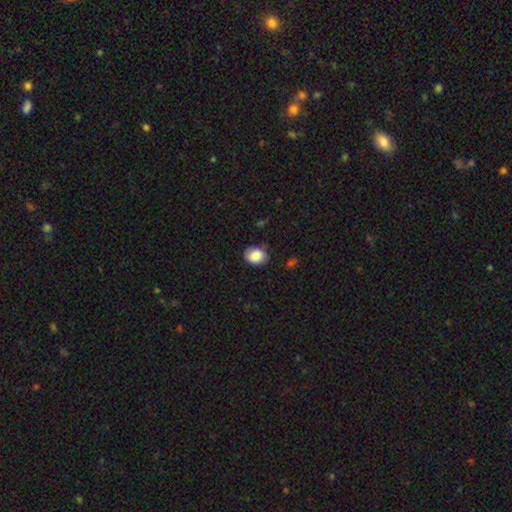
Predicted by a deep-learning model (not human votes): Smooth or featured? smooth (87%)
How rounded? in between (59%)
Merging? none (77%)